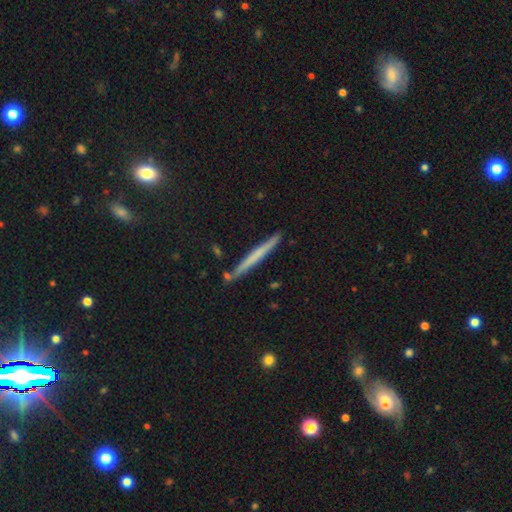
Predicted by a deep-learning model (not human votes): smooth-or-featured: smooth: 52% | featured or disk: 41% | star or artifact: 7%
  how-rounded: cigar-shaped: 97% | in between: 2% | round: 1%
  merging: none: 88% | minor disturbance: 8% | merger: 3% | major disturbance: 2%